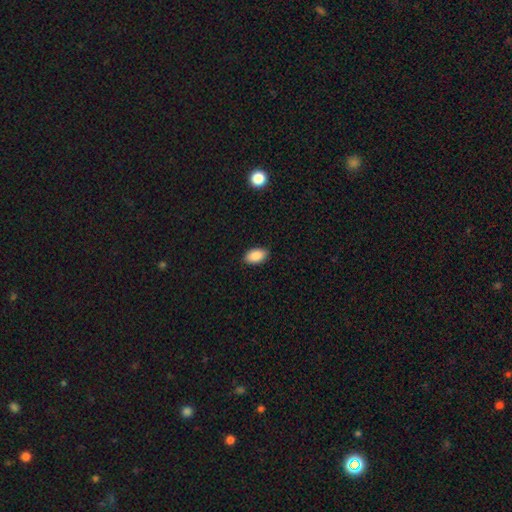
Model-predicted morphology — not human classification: smooth 90%, star or artifact 7%, featured or disk 3%. Down the decision tree: how rounded — in between (93%); merging — none (88%).